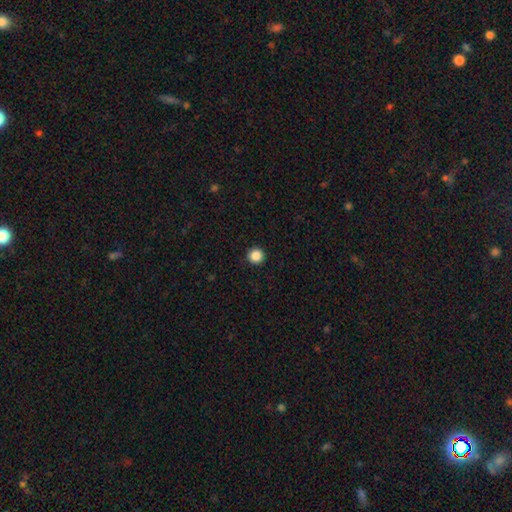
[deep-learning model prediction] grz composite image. It shows a smooth galaxy with no disk features (87%) that is round (95%). Merging: none (93%).